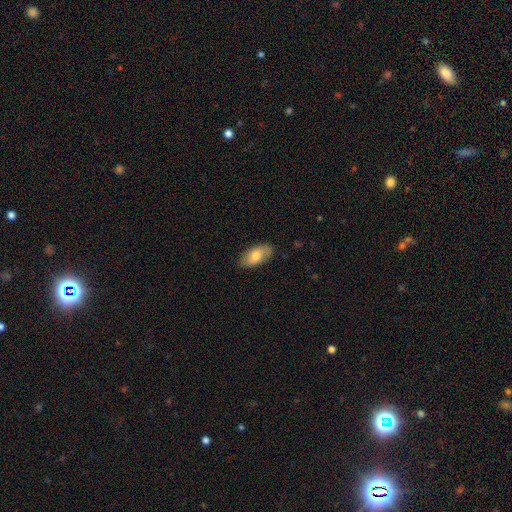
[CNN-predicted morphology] Overall: smooth (72%). How rounded: in between (93%). Merging: none (84%).